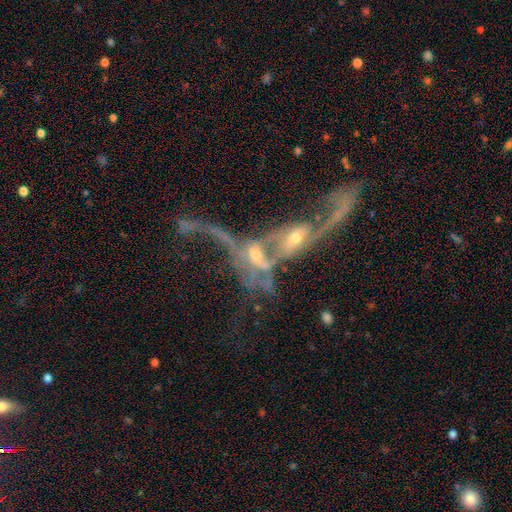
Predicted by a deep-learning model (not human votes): A featured or disk galaxy (67%) with no bar (64%), no spiral arms (51%) and a moderate central bulge (47%).

Vote fractions:
- Smooth or featured? featured or disk: 67% / smooth: 19% / star or artifact: 14%
- Edge-on disk? no: 86% / yes: 14%
- Bar? no: 64% / weak: 24% / strong: 12%
- Spiral arms? no: 51% / yes: 49%
- Bulge size? moderate: 47% / small: 35% / none: 8% / large: 7% / dominant: 2%
- Merging? merger: 76% / major disturbance: 14% / none: 6% / minor disturbance: 4%